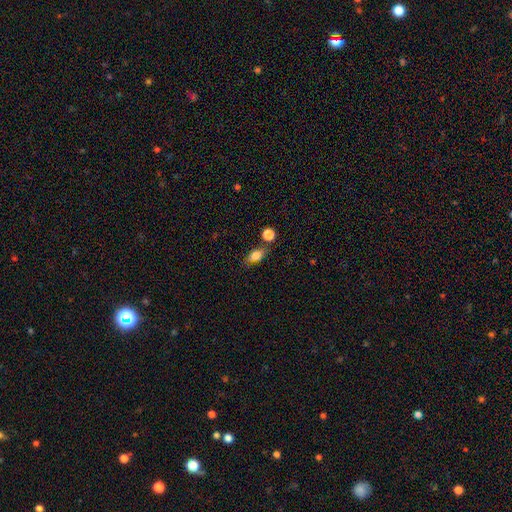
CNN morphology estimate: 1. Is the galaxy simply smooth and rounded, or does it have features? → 80% smooth, 10% featured or disk, 10% star or artifact.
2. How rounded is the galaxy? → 77% in between, 16% round, 8% cigar-shaped.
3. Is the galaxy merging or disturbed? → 65% none, 17% minor disturbance, 13% merger, 5% major disturbance.